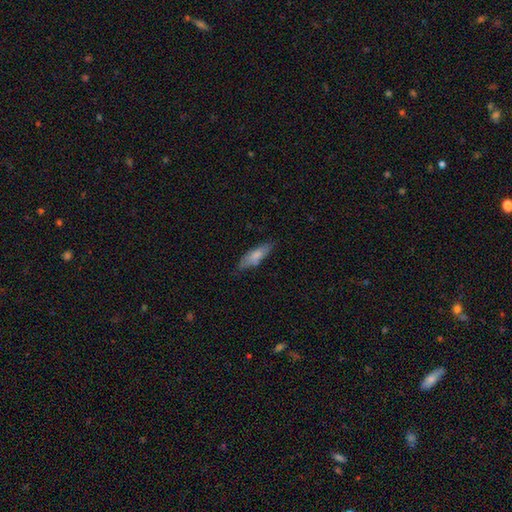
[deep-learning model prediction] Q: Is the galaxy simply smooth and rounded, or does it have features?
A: smooth — 76%.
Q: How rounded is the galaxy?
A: in between — 53%.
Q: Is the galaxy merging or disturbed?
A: none — 70%.